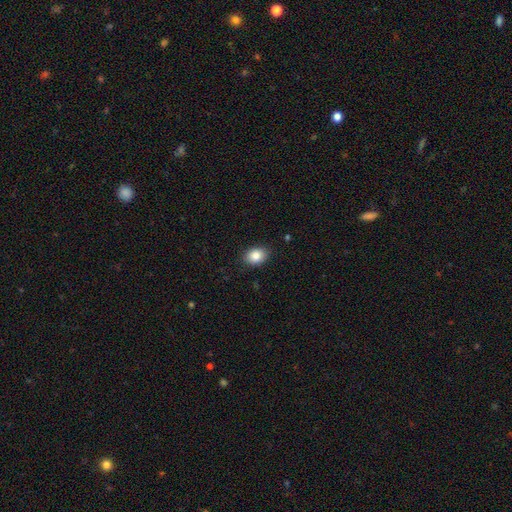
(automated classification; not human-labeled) Morphology: type=smooth (85%); roundness=in between (67%); merging=none (87%).